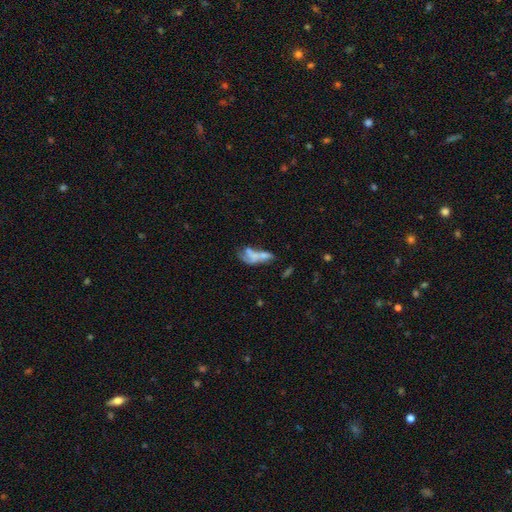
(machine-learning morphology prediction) This appears to be a smooth galaxy with no disk features (45%). Merging: merger (46%).